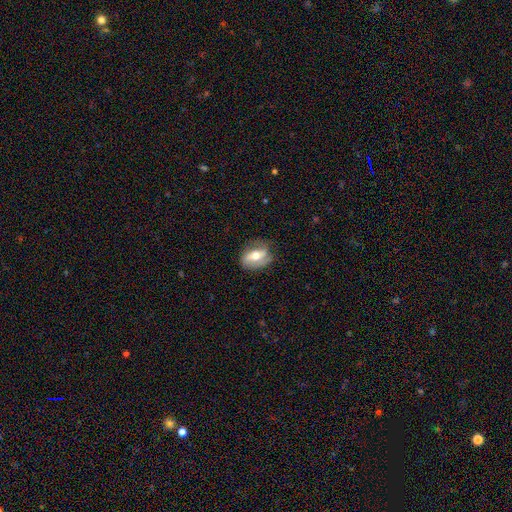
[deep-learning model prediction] This is possibly a featured or disk galaxy (54%). It is clearly not viewed edge-on (90%). Merging: likely none (66%).